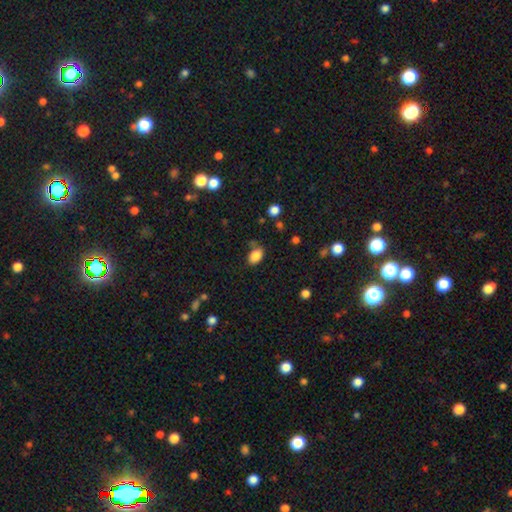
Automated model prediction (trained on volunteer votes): A smooth galaxy with no disk features (85%) that is in between round and cigar-shaped (85%).

Vote fractions:
- Smooth or featured? smooth: 85% / star or artifact: 10% / featured or disk: 6%
- How rounded? in between: 85% / round: 14% / cigar-shaped: 1%
- Merging? none: 72% / minor disturbance: 17% / merger: 7% / major disturbance: 5%